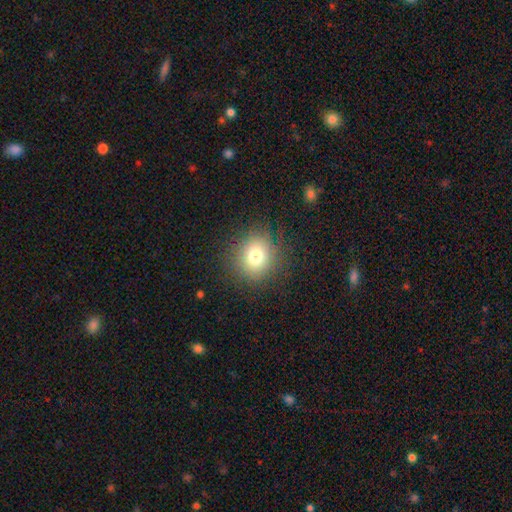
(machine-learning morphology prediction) A smooth galaxy with no disk features (77%) that is round (81%). Merging: none (87%).